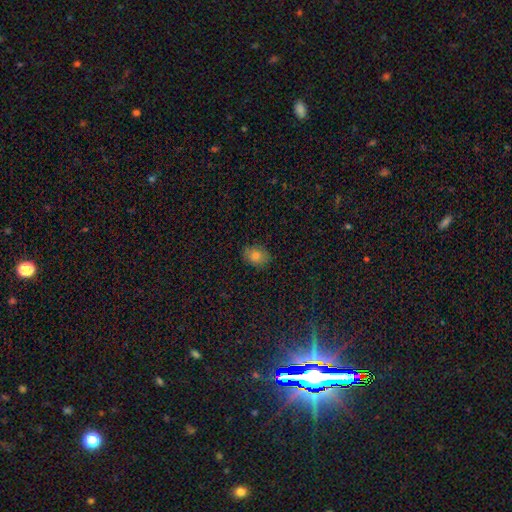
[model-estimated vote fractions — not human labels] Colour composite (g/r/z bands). It shows a smooth galaxy with no disk features (76%) that is in between round and cigar-shaped (61%). Merging: none (85%).